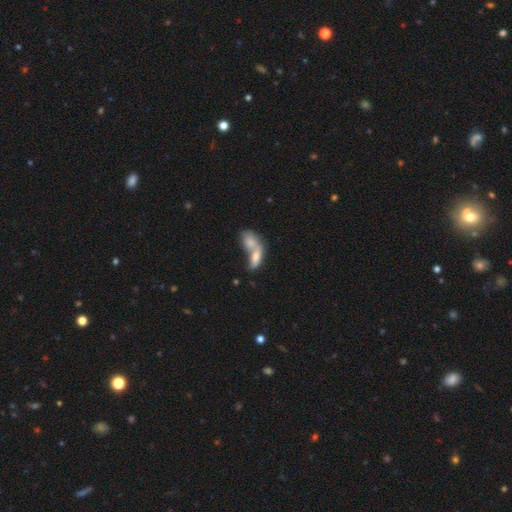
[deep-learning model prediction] The model was most divided on "smooth or featured": smooth: 69%, featured or disk: 22%, star or artifact: 9%. More confident: how rounded — in between (80%); merging — merger (74%).